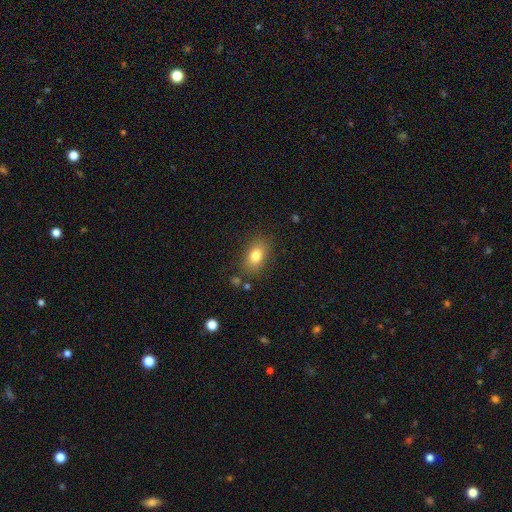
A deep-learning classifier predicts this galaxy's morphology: A smooth galaxy with no disk features (80%) that is in between round and cigar-shaped (82%).

Vote fractions:
- Smooth or featured? smooth: 80% / featured or disk: 11% / star or artifact: 10%
- How rounded? in between: 82% / round: 16% / cigar-shaped: 2%
- Merging? none: 82% / minor disturbance: 12% / major disturbance: 4% / merger: 3%